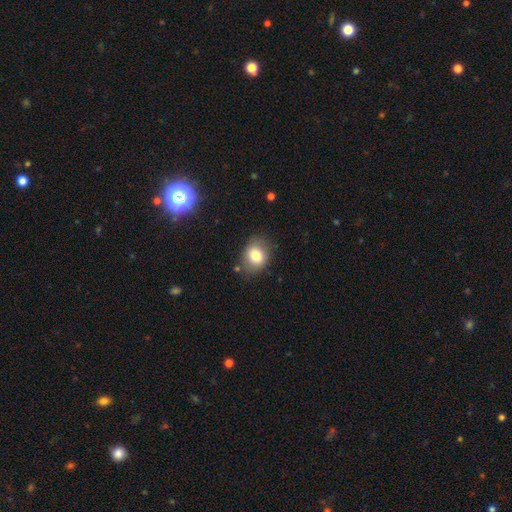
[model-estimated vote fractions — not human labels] Q: Smooth or featured?
A: smooth (79%); runner-up: featured or disk (11%)
Q: How rounded?
A: round (50%); runner-up: in between (49%)
Q: Merging?
A: none (75%); runner-up: minor disturbance (17%)